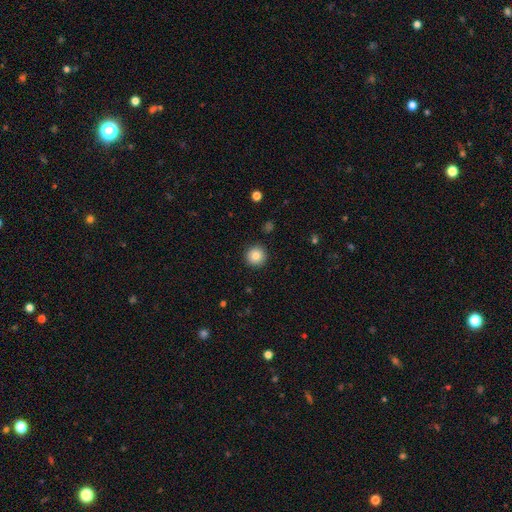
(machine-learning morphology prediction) Smooth or featured: smooth — 85% (star or artifact — 9%)
How rounded: round — 95% (in between — 4%)
Merging: none — 92% (minor disturbance — 5%)